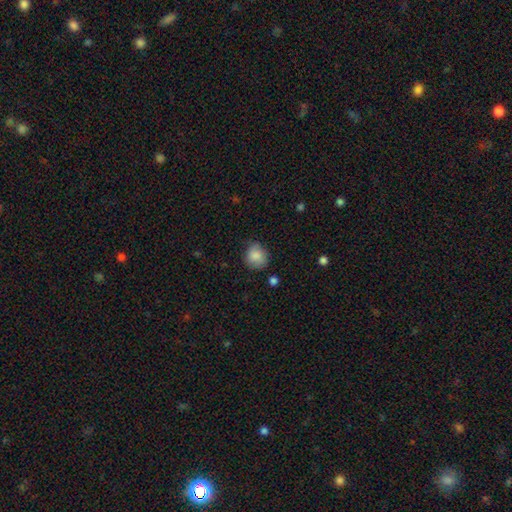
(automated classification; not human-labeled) This is clearly a smooth galaxy (86%). How rounded: likely round (78%). Merging: likely none (75%).